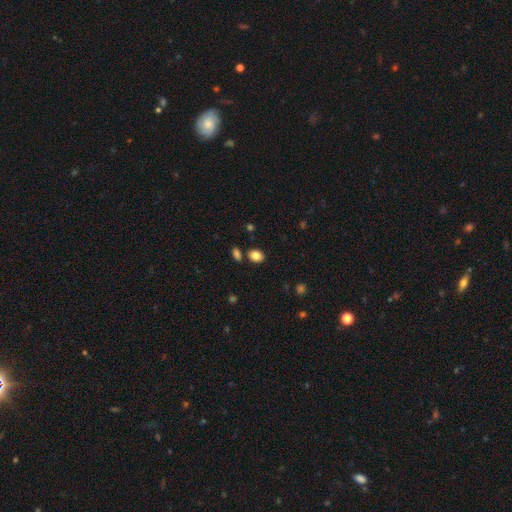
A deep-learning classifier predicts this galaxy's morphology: This appears to be a smooth galaxy with no disk features (84%) that is in between round and cigar-shaped (56%). Merging: none (79%).